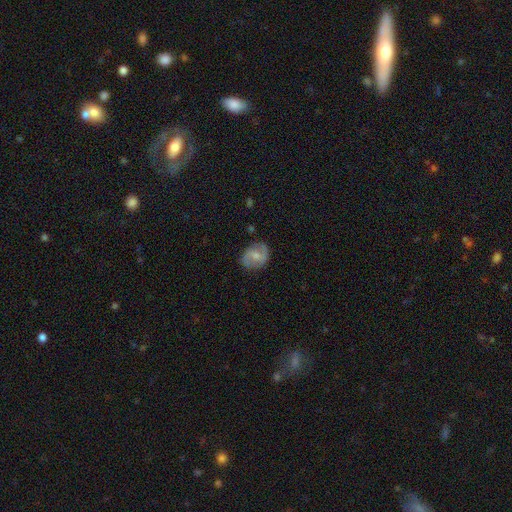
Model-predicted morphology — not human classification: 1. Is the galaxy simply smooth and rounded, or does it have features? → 58% featured or disk, 35% smooth, 7% star or artifact.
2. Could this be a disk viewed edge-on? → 97% no, 3% yes.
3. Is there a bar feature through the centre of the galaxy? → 44% weak (tied), 44% no (tied), 11% strong.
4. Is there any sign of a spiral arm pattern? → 84% yes, 16% no.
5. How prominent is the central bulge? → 47% small, 45% moderate, 4% none, 2% large, 1% dominant.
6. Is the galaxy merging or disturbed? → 78% none, 16% minor disturbance, 4% major disturbance, 1% merger.